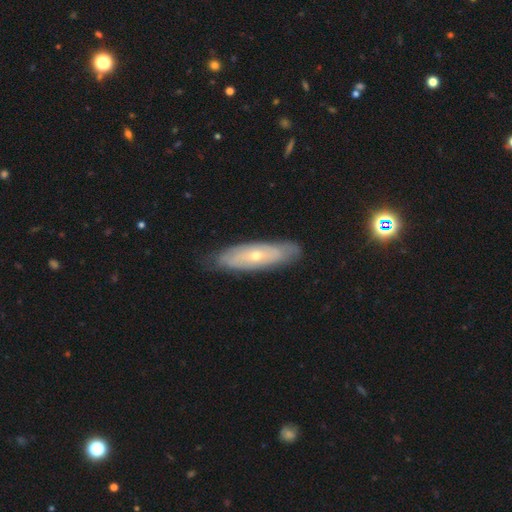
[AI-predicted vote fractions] Smooth or featured? featured or disk (62%)
Edge-on disk? no (72%)
Merging? none (80%)